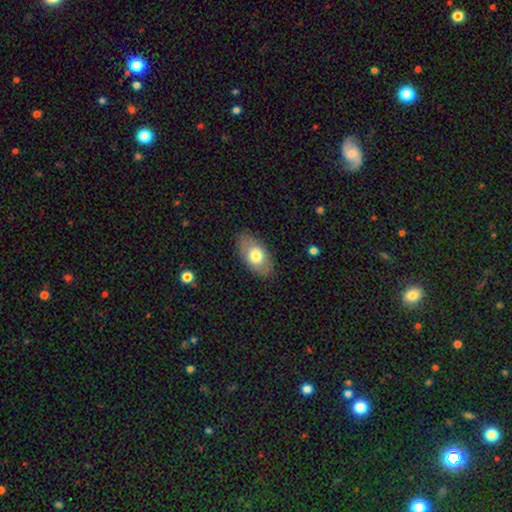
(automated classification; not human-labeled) Morphology: type=smooth (68%); roundness=in between (92%); merging=none (84%).